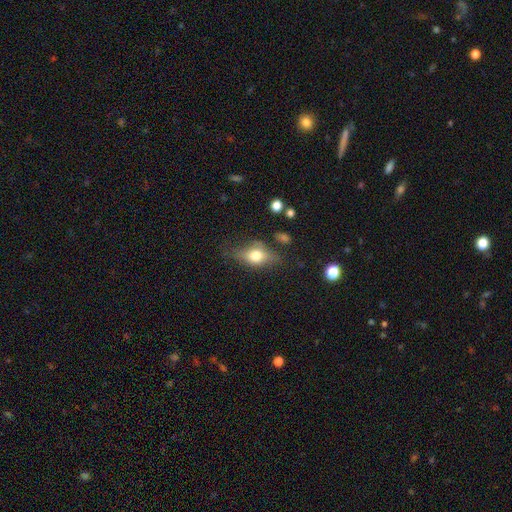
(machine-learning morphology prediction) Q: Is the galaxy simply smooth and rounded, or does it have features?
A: smooth — 62%.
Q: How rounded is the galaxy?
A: in between — 76%.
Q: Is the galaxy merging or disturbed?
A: none — 58%.